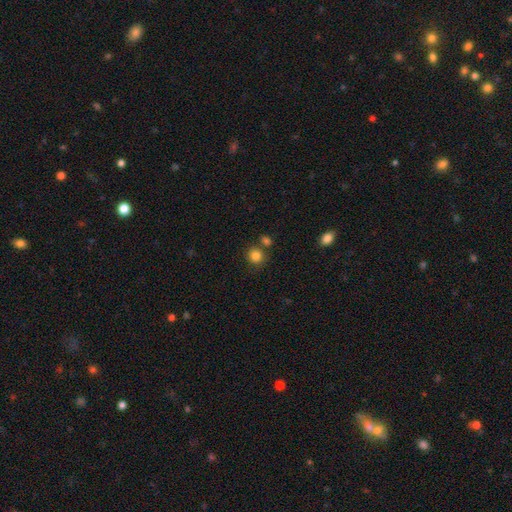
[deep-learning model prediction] Q: Smooth or featured?
A: smooth (84%); runner-up: star or artifact (11%)
Q: How rounded?
A: round (87%); runner-up: in between (12%)
Q: Merging?
A: none (72%); runner-up: merger (15%)